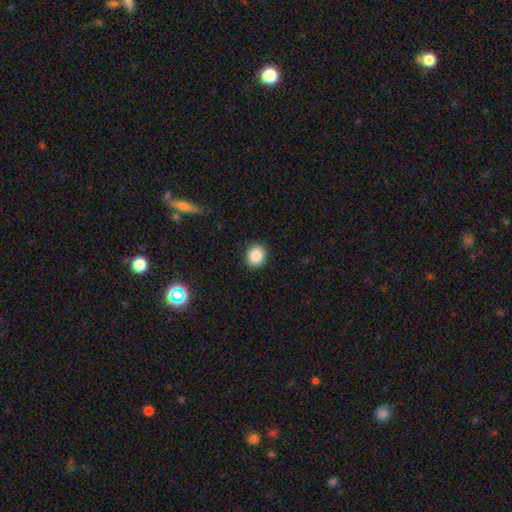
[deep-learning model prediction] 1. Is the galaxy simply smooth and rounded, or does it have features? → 86% smooth, 9% star or artifact, 5% featured or disk.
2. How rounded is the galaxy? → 75% round, 24% in between, 1% cigar-shaped.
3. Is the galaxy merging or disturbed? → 91% none, 6% minor disturbance, 2% major disturbance, 1% merger.